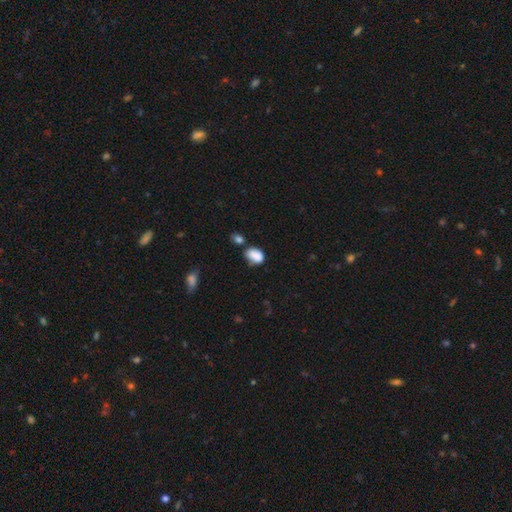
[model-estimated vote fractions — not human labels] Smooth or featured?
  - smooth: 84% *
  - star or artifact: 9%
  - featured or disk: 7%
How rounded?
  - in between: 83% *
  - round: 15%
  - cigar-shaped: 2%
Merging?
  - none: 45% *
  - minor disturbance: 29%
  - merger: 17%
  - major disturbance: 8%